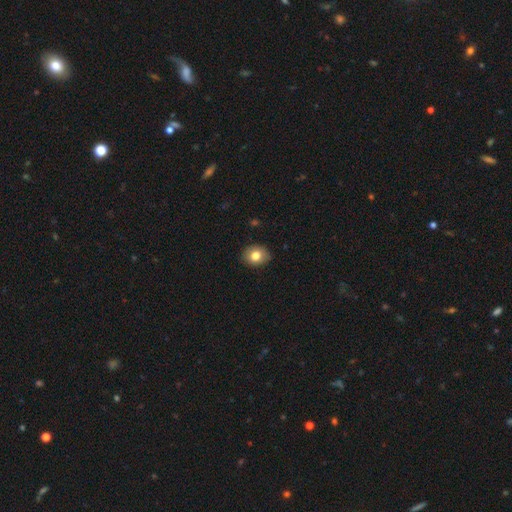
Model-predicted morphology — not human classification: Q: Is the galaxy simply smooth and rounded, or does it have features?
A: smooth — 79%.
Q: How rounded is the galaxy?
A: round — 50%.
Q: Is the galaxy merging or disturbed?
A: none — 83%.